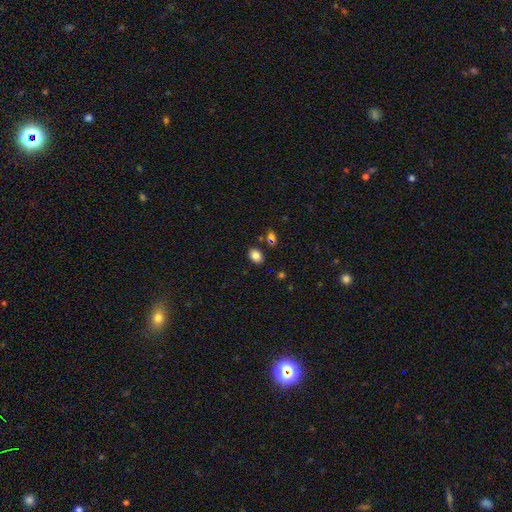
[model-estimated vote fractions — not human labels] Q: Smooth or featured?
A: smooth (83%); runner-up: star or artifact (11%)
Q: How rounded?
A: in between (63%); runner-up: round (36%)
Q: Merging?
A: none (84%); runner-up: minor disturbance (9%)